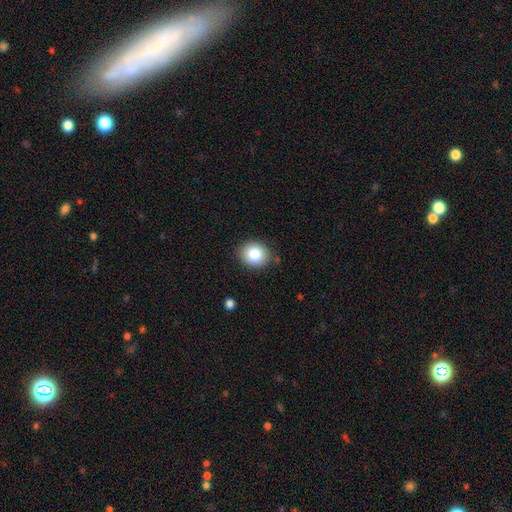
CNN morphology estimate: A smooth galaxy with no disk features (85%) that is round (71%). Merging: none (85%).